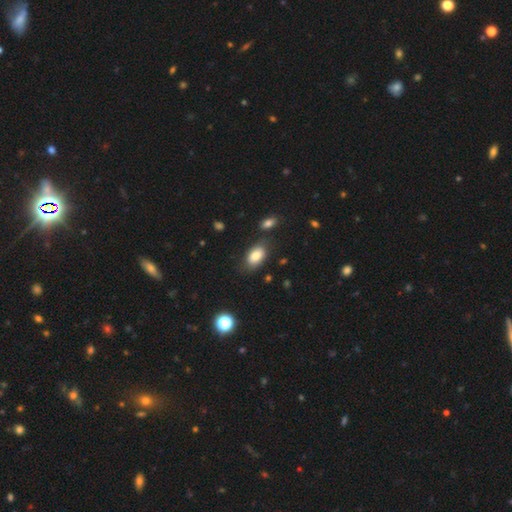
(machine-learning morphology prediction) Smooth or featured? Predicted: smooth (p=0.82). How rounded? Predicted: in between (p=0.92). Merging? Predicted: none (p=0.76).